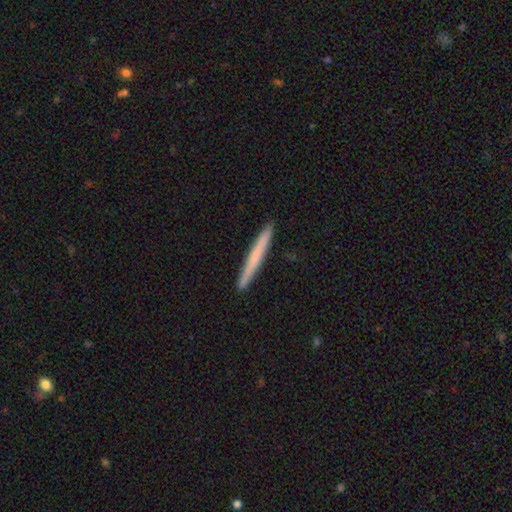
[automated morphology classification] smooth_or_featured: smooth (p=0.63) [alt: featured or disk p=0.32]
how_rounded: cigar-shaped (p=0.97) [alt: in between p=0.02]
merging: none (p=0.92) [alt: minor disturbance p=0.05]